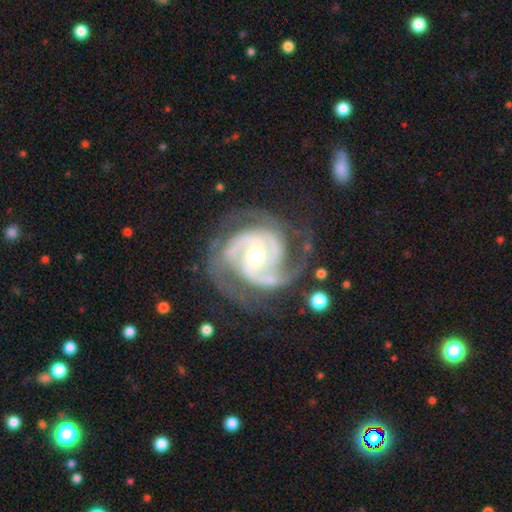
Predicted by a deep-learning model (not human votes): A featured or disk galaxy (93%) with no bar (56%), 3 (46%) tight (60%) spiral arms (99%) and a moderate central bulge (53%).

Vote fractions:
- Smooth or featured? featured or disk: 93% / star or artifact: 4% / smooth: 3%
- Edge-on disk? no: 98% / yes: 2%
- Bar? no: 56% / weak: 30% / strong: 14%
- Spiral arms? yes: 99% / no: 1%
- Spiral winding? tight: 60% / medium: 35% / loose: 4%
- Spiral arm count? 3: 46% / 2: 35% / can't tell: 6% / 4: 6% / 1: 4% / more than 4: 3%
- Bulge size? moderate: 53% / small: 43% / large: 3% / none: 1% / dominant: 1%
- Merging? none: 70% / minor disturbance: 18% / major disturbance: 10% / merger: 2%